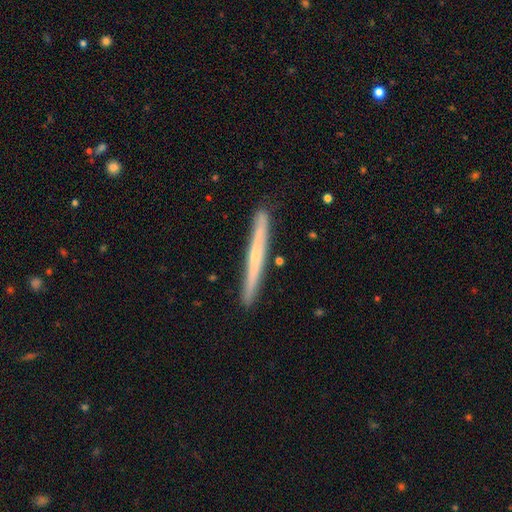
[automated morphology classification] Smooth or featured? featured or disk (56%)
Edge-on disk? yes (96%)
Edge-on bulge? none (62%)
Merging? none (90%)